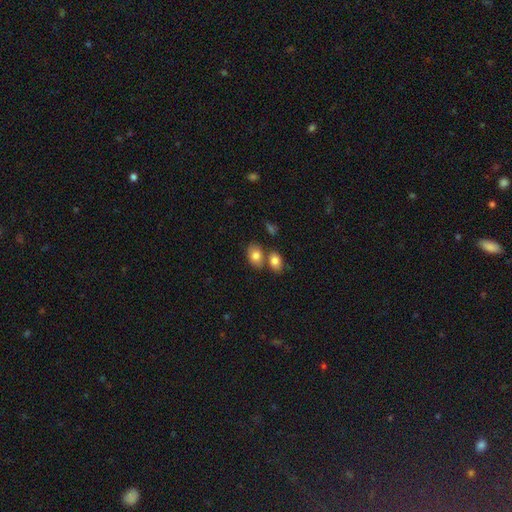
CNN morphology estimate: This is clearly a smooth galaxy (81%). How rounded: likely in between (78%). Merging: possibly none (53%).